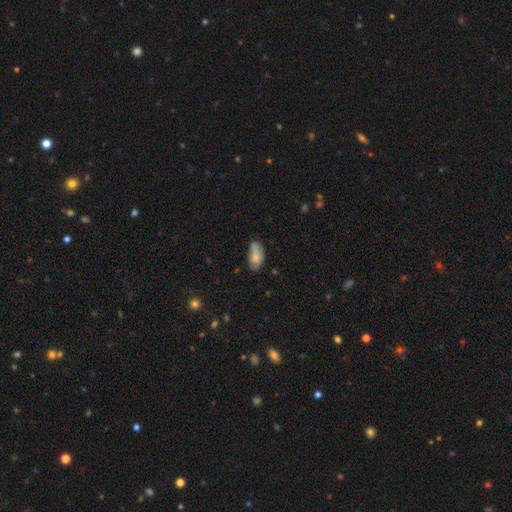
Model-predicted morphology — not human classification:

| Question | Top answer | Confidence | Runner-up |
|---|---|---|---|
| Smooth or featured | smooth | 76% | featured or disk (17%) |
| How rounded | in between | 92% | cigar-shaped (4%) |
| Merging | none | 51% | minor disturbance (35%) |